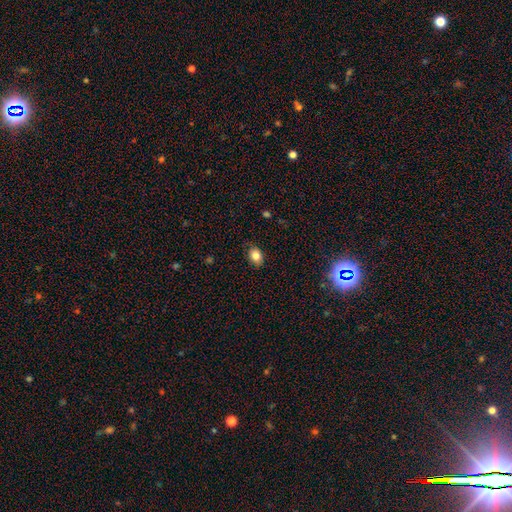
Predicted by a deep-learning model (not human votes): Smooth or featured? smooth (84%)
How rounded? in between (68%)
Merging? none (82%)